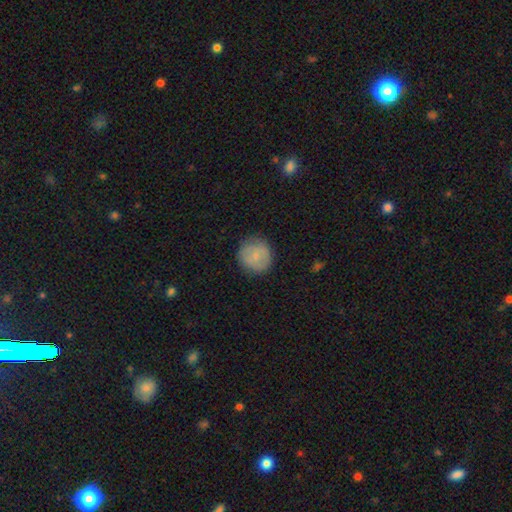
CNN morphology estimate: Q: Smooth or featured?
A: smooth (72%); runner-up: featured or disk (20%)
Q: How rounded?
A: round (92%); runner-up: in between (7%)
Q: Merging?
A: none (82%); runner-up: minor disturbance (13%)